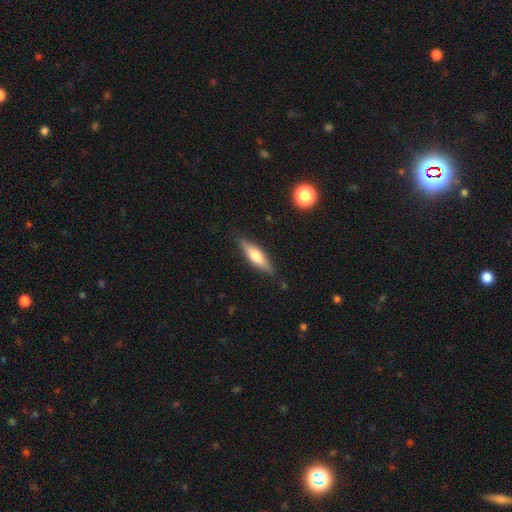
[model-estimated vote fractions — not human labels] Smooth or featured? smooth (54%)
How rounded? cigar-shaped (62%)
Merging? none (84%)